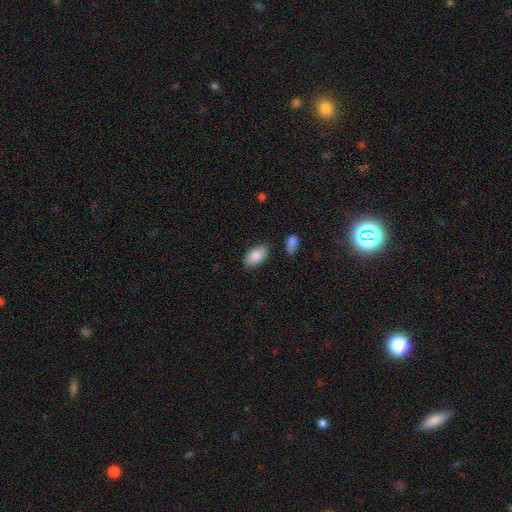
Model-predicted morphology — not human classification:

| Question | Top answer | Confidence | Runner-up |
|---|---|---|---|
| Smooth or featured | smooth | 84% | featured or disk (9%) |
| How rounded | in between | 94% | round (4%) |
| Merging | none | 82% | minor disturbance (12%) |